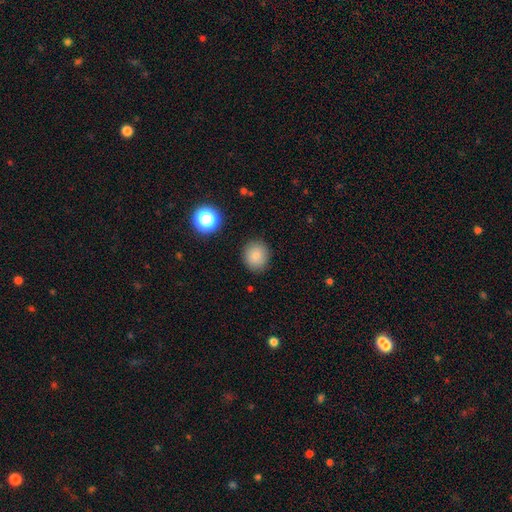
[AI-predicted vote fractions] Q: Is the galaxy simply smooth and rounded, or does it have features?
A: smooth — 83%.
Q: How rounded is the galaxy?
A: round — 83%.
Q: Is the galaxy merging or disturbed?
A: none — 87%.